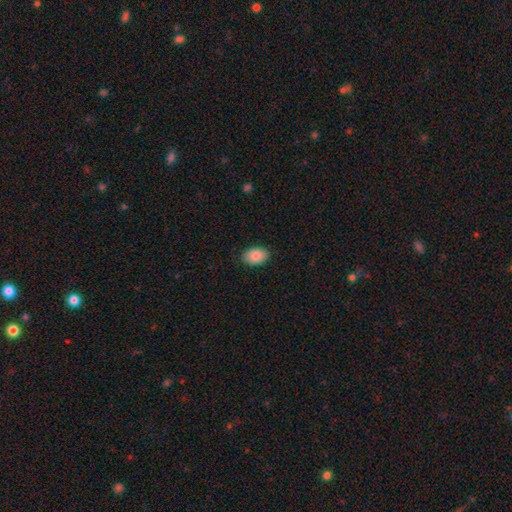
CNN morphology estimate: The model was most divided on "merging": none: 86%, minor disturbance: 11%, major disturbance: 2%, merger: 1%. More confident: smooth or featured — smooth (89%); how rounded — in between (88%).